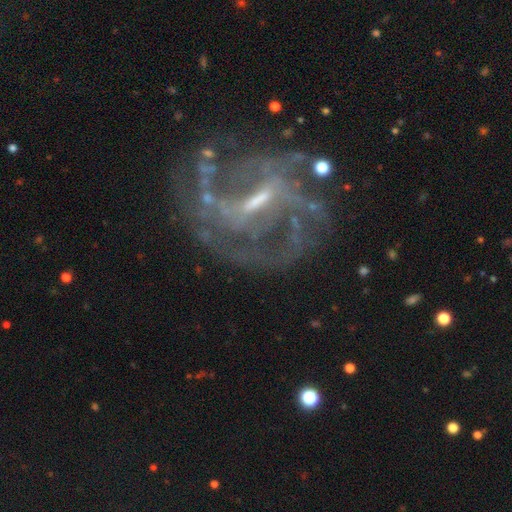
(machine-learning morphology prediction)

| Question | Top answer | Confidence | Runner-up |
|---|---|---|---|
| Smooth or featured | featured or disk | 86% | star or artifact (8%) |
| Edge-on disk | no | 97% | yes (3%) |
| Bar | weak | 47% | strong (39%) |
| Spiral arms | yes | 90% | no (10%) |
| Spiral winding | medium | 44% | tight (37%) |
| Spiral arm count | can't tell | 32% | 2 (27%) |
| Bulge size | small | 52% | moderate (30%) |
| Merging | none | 65% | minor disturbance (16%) |